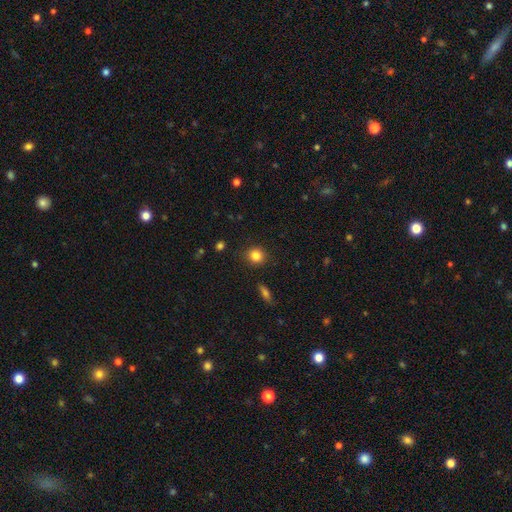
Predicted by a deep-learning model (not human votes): Morphology: type=smooth (84%); roundness=round (87%); merging=none (89%).